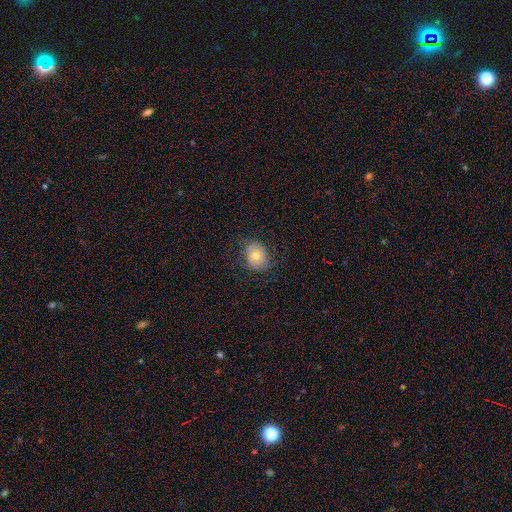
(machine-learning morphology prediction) smooth 69%, featured or disk 21%, star or artifact 10%. Down the decision tree: how rounded — round (66%); merging — none (73%).